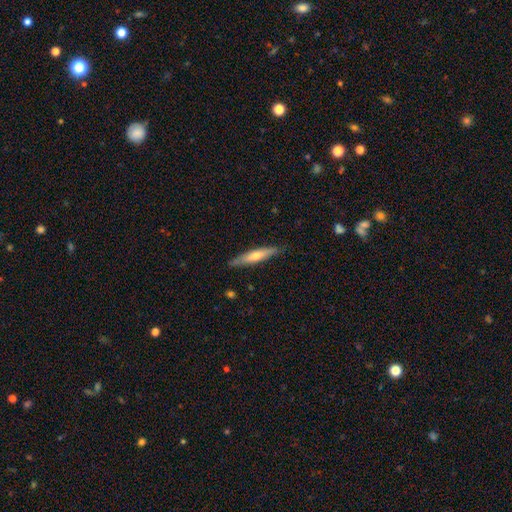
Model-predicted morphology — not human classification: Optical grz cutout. It shows a smooth galaxy with no disk features (54%) that is cigar-shaped (87%). Merging: none (84%).